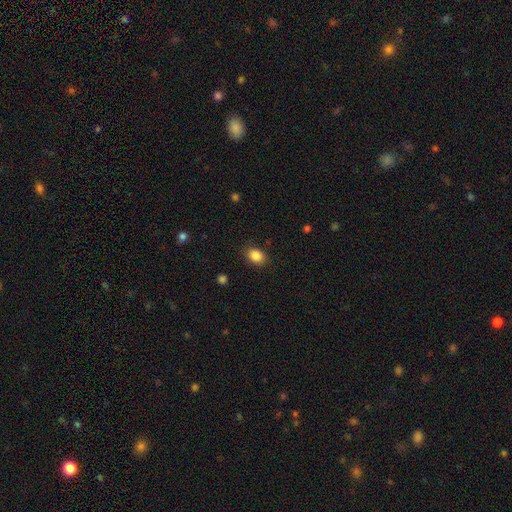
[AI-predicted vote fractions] Overall: smooth (87%). How rounded: in between (71%). Merging: none (85%).